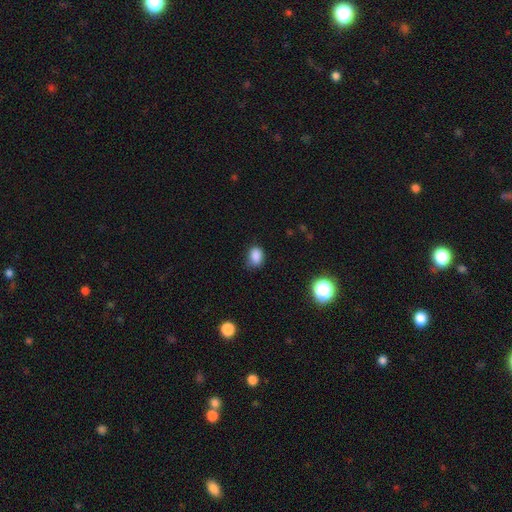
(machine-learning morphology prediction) A smooth galaxy with no disk features (85%) that is in between round and cigar-shaped (67%). Merging: none (69%).